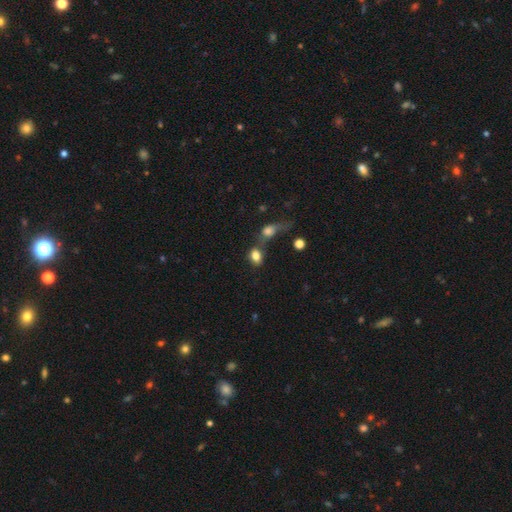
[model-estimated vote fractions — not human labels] Smooth or featured?
  - smooth: 81% *
  - star or artifact: 10%
  - featured or disk: 9%
How rounded?
  - in between: 75% *
  - round: 23%
  - cigar-shaped: 2%
Merging?
  - merger: 43% *
  - none: 35%
  - minor disturbance: 12%
  - major disturbance: 10%